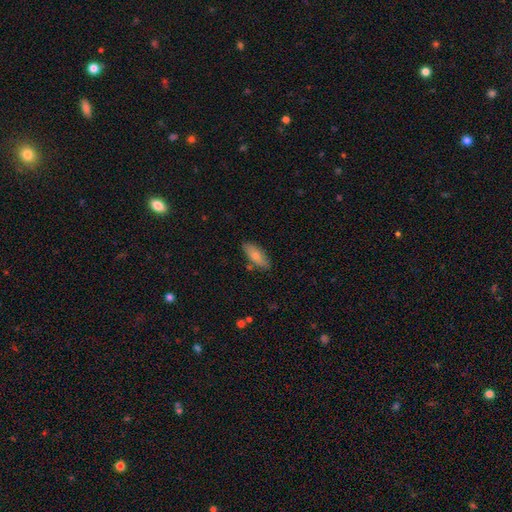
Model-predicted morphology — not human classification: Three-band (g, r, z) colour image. It shows a smooth galaxy with no disk features (80%) that is in between round and cigar-shaped (76%). Merging: none (78%).